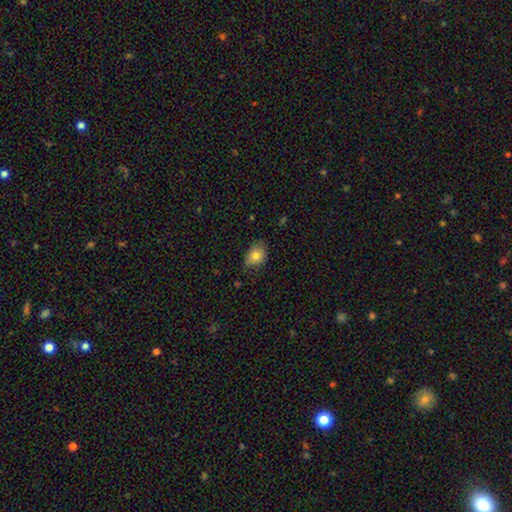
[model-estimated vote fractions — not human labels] smooth-or-featured: smooth: 81% | featured or disk: 10% | star or artifact: 9%
  how-rounded: in between: 63% | round: 36% | cigar-shaped: 1%
  merging: none: 74% | minor disturbance: 21% | major disturbance: 3% | merger: 1%